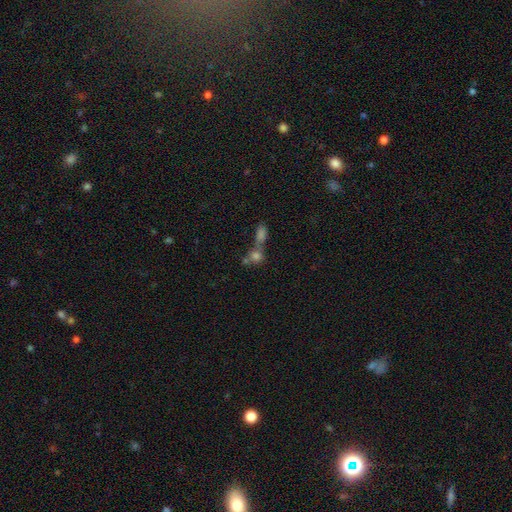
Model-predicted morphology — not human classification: A smooth galaxy with no disk features (70%) that is round (58%).

Vote fractions:
- Smooth or featured? smooth: 70% / star or artifact: 15% / featured or disk: 15%
- How rounded? round: 58% / in between: 37% / cigar-shaped: 5%
- Merging? merger: 61% / none: 27% / minor disturbance: 6% / major disturbance: 5%